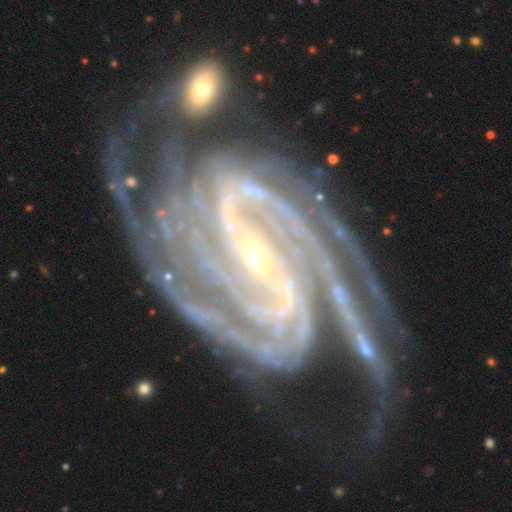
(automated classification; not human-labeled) A featured or disk galaxy (94%) with a strong bar (65%), 4 (27%) tight (63%) spiral arms (99%) and a small central bulge (84%). Merging: none (61%).